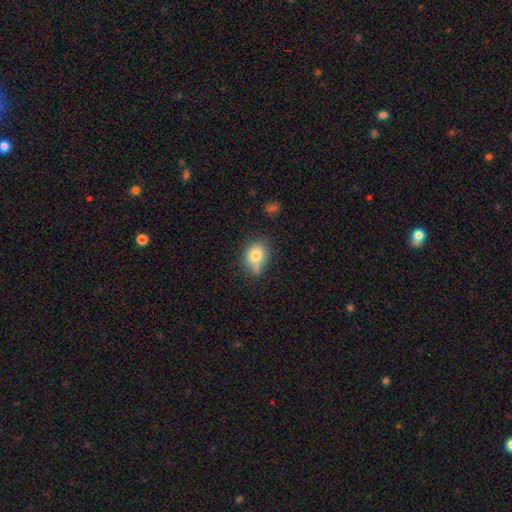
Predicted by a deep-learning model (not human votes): The model was most divided on "how rounded": in between: 56%, round: 43%, cigar-shaped: 2%. More confident: smooth or featured — smooth (77%); merging — none (53%).